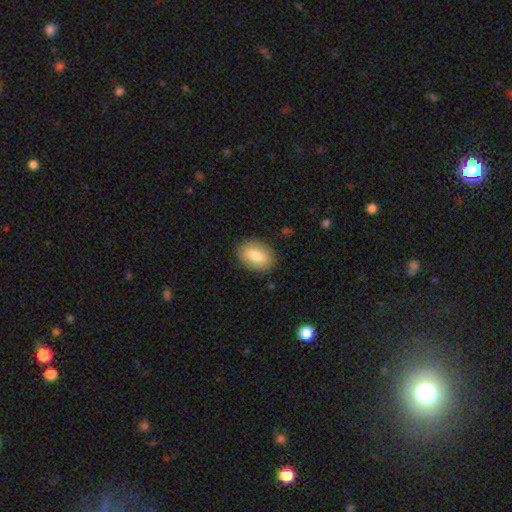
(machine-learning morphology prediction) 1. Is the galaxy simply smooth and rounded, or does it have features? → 77% smooth, 16% featured or disk, 7% star or artifact.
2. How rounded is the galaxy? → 79% in between, 20% round, 1% cigar-shaped.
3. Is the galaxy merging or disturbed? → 86% none, 10% minor disturbance, 3% major disturbance, 1% merger.